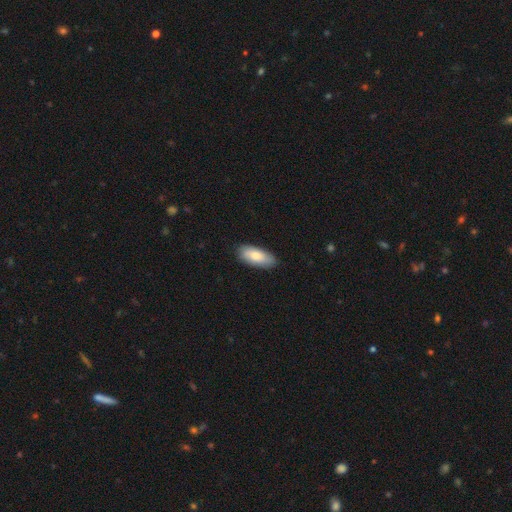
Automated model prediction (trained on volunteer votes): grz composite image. It shows a smooth galaxy with no disk features (79%) that is in between round and cigar-shaped (85%). Merging: none (86%).